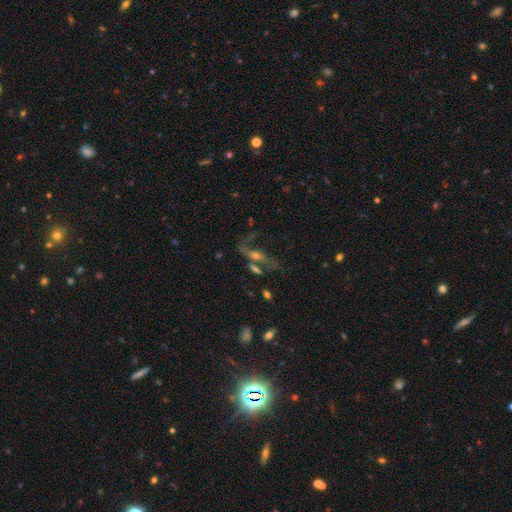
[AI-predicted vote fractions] Smooth or featured?
  - featured or disk: 65% *
  - smooth: 20%
  - star or artifact: 15%
Edge-on disk?
  - no: 69% *
  - yes: 31%
Merging?
  - none: 40% *
  - major disturbance: 23%
  - merger: 22%
  - minor disturbance: 15%